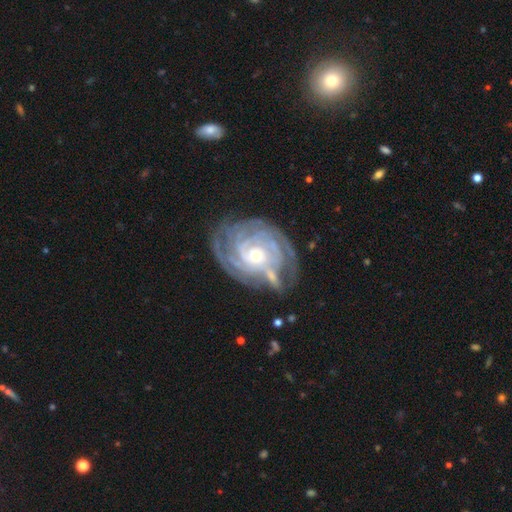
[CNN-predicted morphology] The model was most divided on "spiral arm count": 4: 27%, can't tell: 25%, 3: 18%, more than 4: 14%, 2: 11%, 1: 6%. More confident: spiral arms — yes (97%); edge-on disk — no (97%); smooth or featured — featured or disk (89%); spiral winding — tight (79%); bar — no (73%); merging — none (67%); bulge size — small (61%).